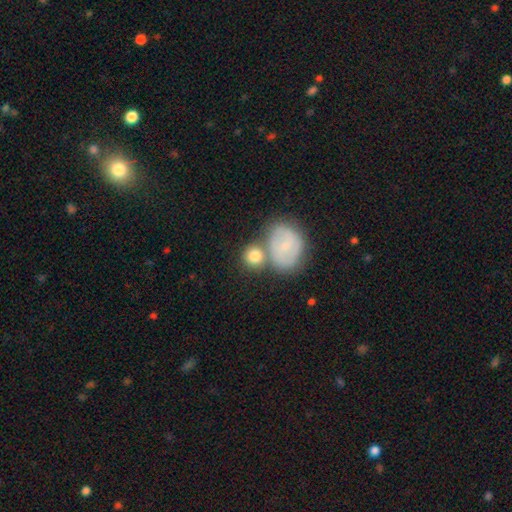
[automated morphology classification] Q: Smooth or featured?
A: smooth (71%); runner-up: featured or disk (20%)
Q: How rounded?
A: round (76%); runner-up: in between (23%)
Q: Merging?
A: none (52%); runner-up: merger (30%)